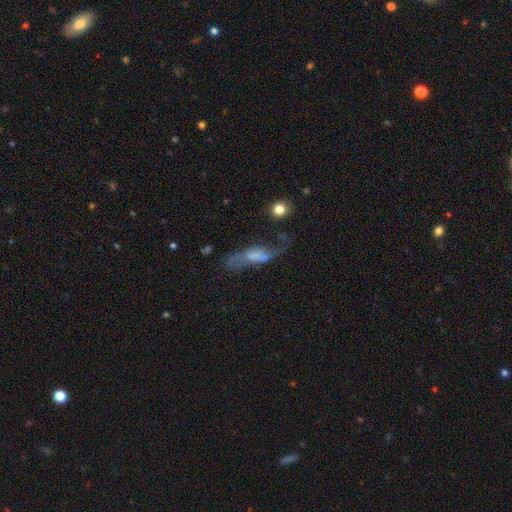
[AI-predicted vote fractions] Morphology: type=featured or disk (60%); edge-on=no (81%); merging=none (41%).